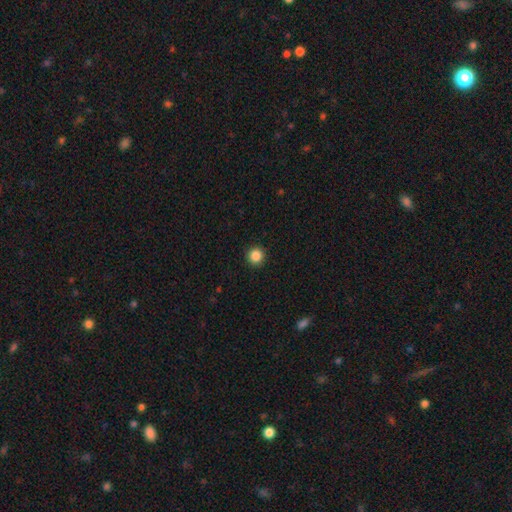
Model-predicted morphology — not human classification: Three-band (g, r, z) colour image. It shows a smooth galaxy with no disk features (86%) that is round (95%). Merging: none (93%).